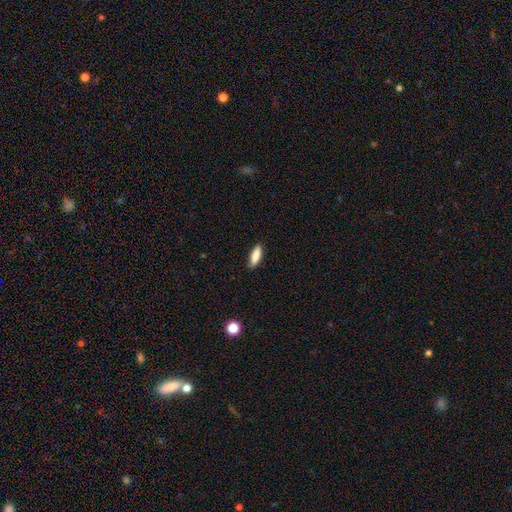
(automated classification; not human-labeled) Overall: smooth (86%). How rounded: in between (52%; cigar-shaped 46%). Merging: none (85%).